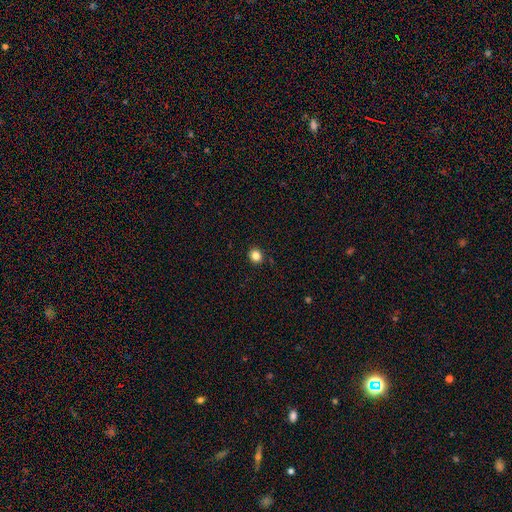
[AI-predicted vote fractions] The model was most divided on "how rounded": round: 83%, in between: 16%, cigar-shaped: 1%. More confident: merging — none (91%); smooth or featured — smooth (84%).